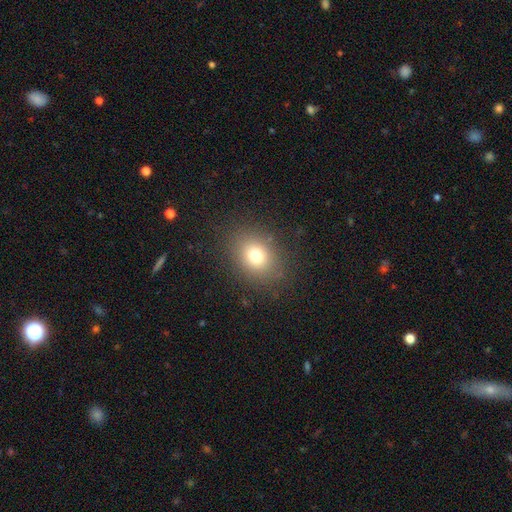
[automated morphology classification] smooth_or_featured: smooth (p=0.76) [alt: star or artifact p=0.14]
how_rounded: round (p=0.54) [alt: in between p=0.45]
merging: none (p=0.85) [alt: minor disturbance p=0.10]